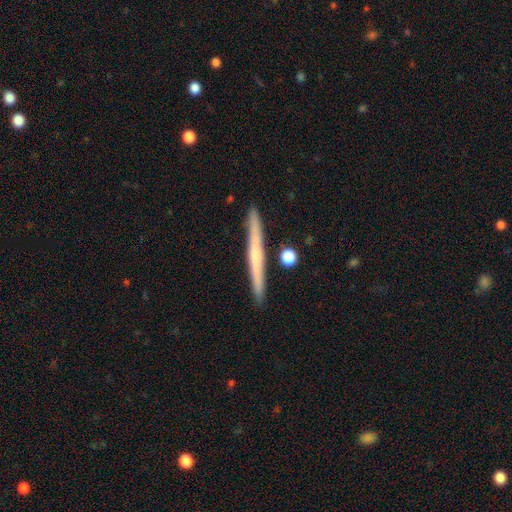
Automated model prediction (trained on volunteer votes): This is possibly a featured or disk galaxy (52%). It is clearly viewed edge-on (97%). Edge-on bulge: likely none (62%). Merging: clearly none (89%).